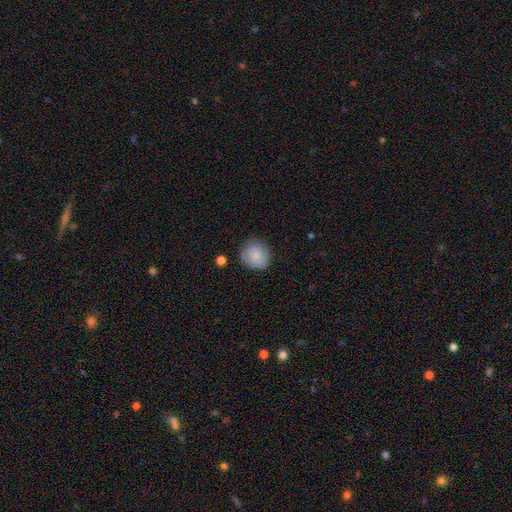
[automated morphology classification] type=smooth (80%); roundness=round (88%); merging=none (78%).